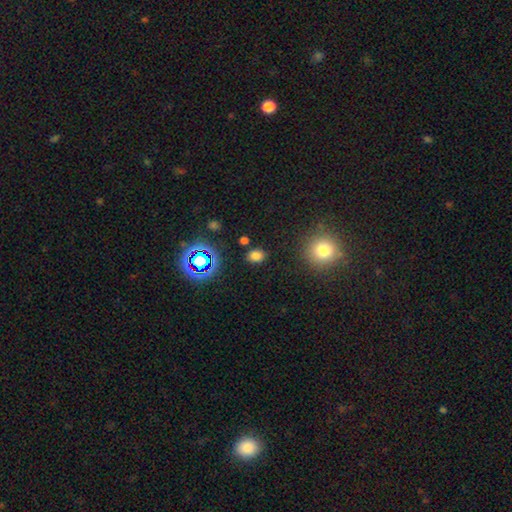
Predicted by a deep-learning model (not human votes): The model was most divided on "how rounded": in between: 60%, round: 38%, cigar-shaped: 1%. More confident: merging — none (83%); smooth or featured — smooth (73%).